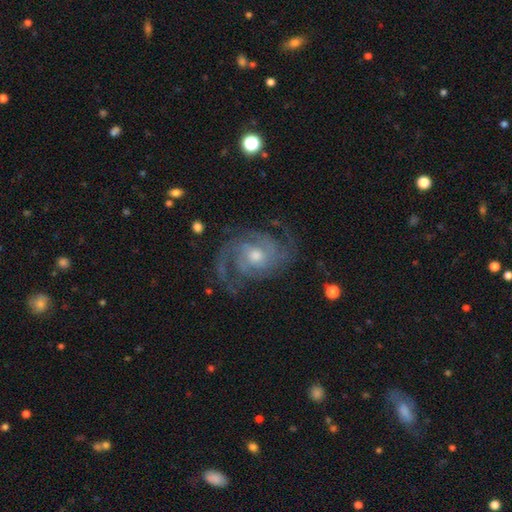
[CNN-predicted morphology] Smooth or featured: featured or disk — 91% (smooth — 5%)
Edge-on disk: no — 98% (yes — 2%)
Bar: no — 69% (weak — 26%)
Spiral arms: yes — 98% (no — 2%)
Spiral winding: medium — 45% (tight — 44%)
Spiral arm count: 3 — 32% (2 — 28%)
Bulge size: moderate — 61% (small — 32%)
Merging: none — 73% (minor disturbance — 16%)